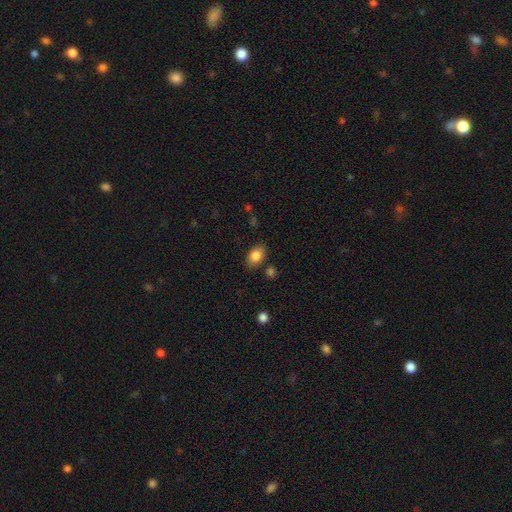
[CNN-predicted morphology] smooth-or-featured: smooth: 83% | featured or disk: 8% | star or artifact: 8%
  how-rounded: in between: 81% | round: 18% | cigar-shaped: 1%
  merging: none: 81% | minor disturbance: 13% | merger: 3% | major disturbance: 3%